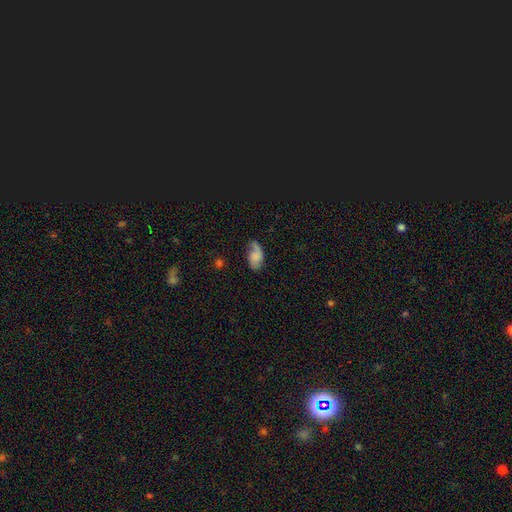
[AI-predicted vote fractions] Morphology: type=smooth (58%); roundness=in between (92%); merging=none (54%).